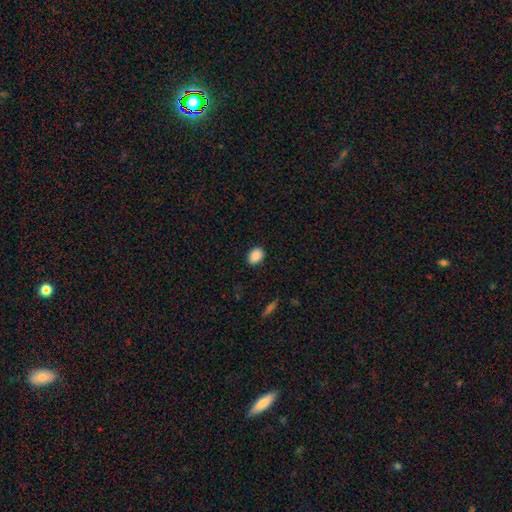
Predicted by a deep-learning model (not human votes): Overall: smooth (89%). How rounded: in between (65%; round 34%). Merging: none (88%).